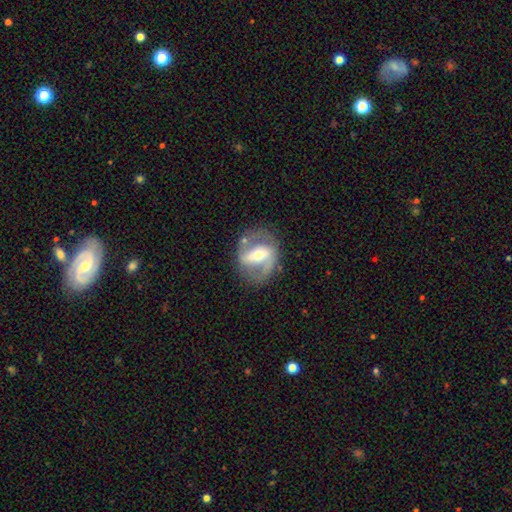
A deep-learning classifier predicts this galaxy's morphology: smooth-or-featured: featured or disk: 79% | smooth: 15% | star or artifact: 6%
  disk-edge-on: no: 95% | yes: 5%
    bar: strong: 54% | weak: 30% | no: 16%
    has-spiral-arms: yes: 79% | no: 21%
      spiral-winding: medium: 50% | loose: 27% | tight: 23%
      spiral-arm-count: 2: 85% | can't tell: 7% | 1: 4% | 3: 1% | 4: 1% | more than 4: 1%
    bulge-size: moderate: 61% | small: 32% | large: 5% | dominant: 1% | none: 1%
  merging: none: 74% | minor disturbance: 15% | major disturbance: 8% | merger: 3%